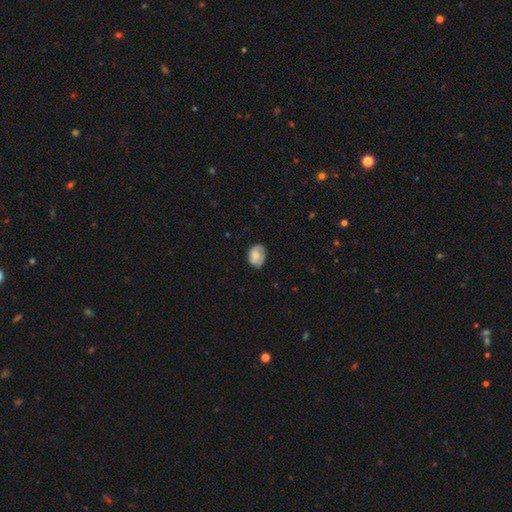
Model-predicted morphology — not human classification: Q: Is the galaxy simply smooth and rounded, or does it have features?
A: smooth — 64%.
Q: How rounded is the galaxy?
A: in between — 62%.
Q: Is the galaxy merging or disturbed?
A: none — 65%.